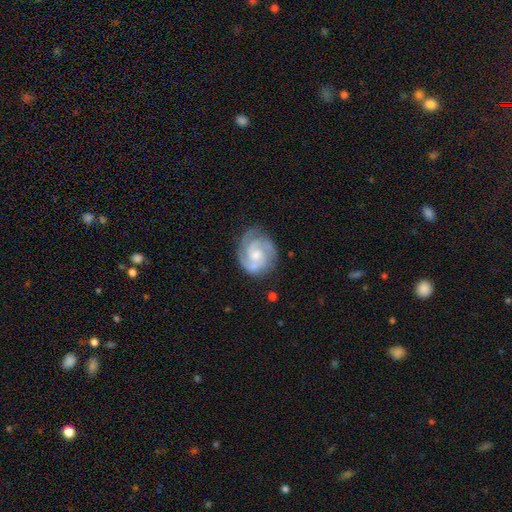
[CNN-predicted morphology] smooth_or_featured: featured or disk (p=0.86) [alt: smooth p=0.09]
disk_edge_on: no (p=0.98) [alt: yes p=0.02]
bar: no (p=0.59) [alt: weak p=0.35]
has_spiral_arms: yes (p=0.97) [alt: no p=0.03]
spiral_winding: tight (p=0.55) [alt: medium p=0.39]
spiral_arm_count: 2 (p=0.54) [alt: 3 p=0.28]
bulge_size: small (p=0.48) [alt: moderate p=0.40]
merging: none (p=0.73) [alt: minor disturbance p=0.18]